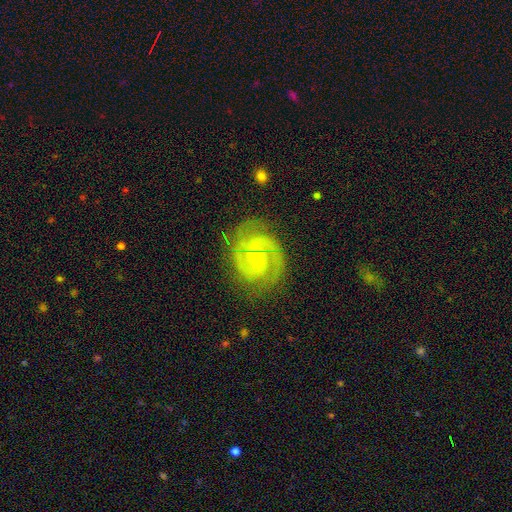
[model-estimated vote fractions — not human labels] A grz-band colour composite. It shows a featured or disk galaxy (90%) with no bar (48%), 2 (73%) tight (50%) spiral arms (98%) and a small central bulge (78%). Merging: none (76%).